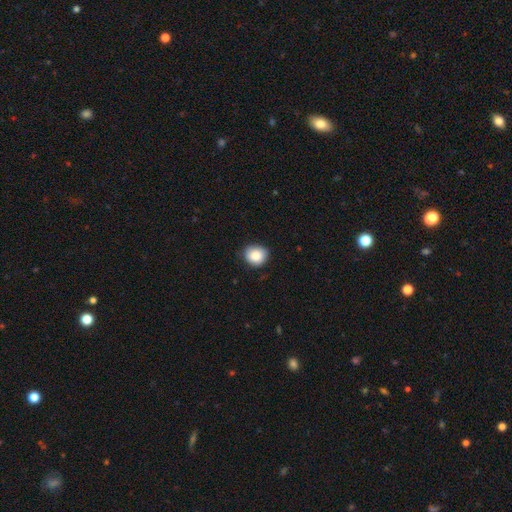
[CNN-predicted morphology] This appears to be a smooth galaxy with no disk features (86%) that is round (81%). Merging: none (82%).